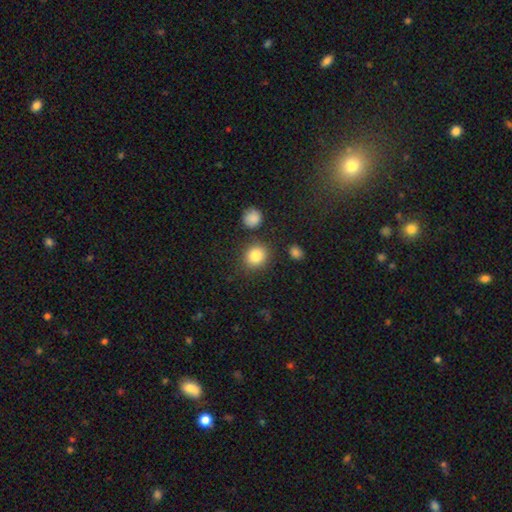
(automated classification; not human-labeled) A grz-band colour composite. It shows a smooth galaxy with no disk features (83%) that is round (80%). Merging: none (83%).